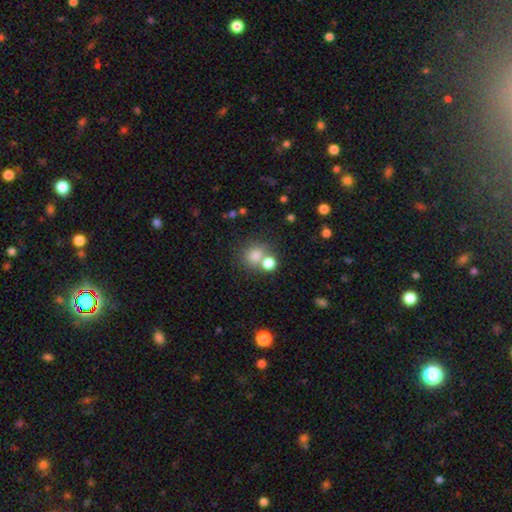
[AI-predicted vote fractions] Smooth or featured? smooth (77%)
How rounded? round (79%)
Merging? none (56%)